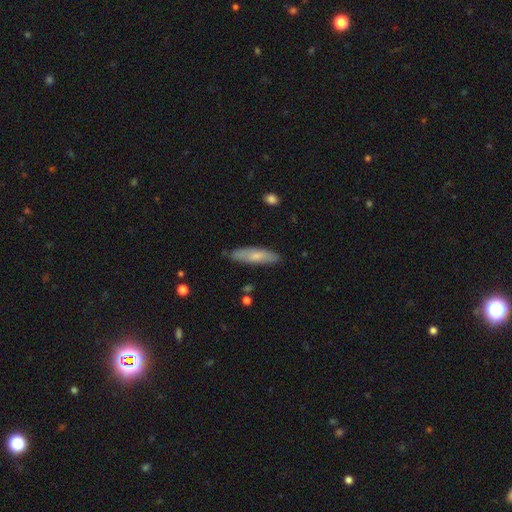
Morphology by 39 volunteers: Overall: smooth (64%; featured or disk 28%). How rounded: cigar-shaped (52%; in between 44%). Merging: none (69%).